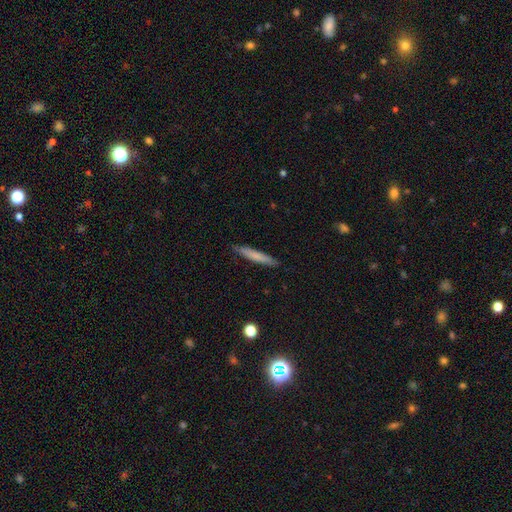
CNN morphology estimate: A smooth galaxy with no disk features (70%) that is cigar-shaped (95%). Merging: none (89%).